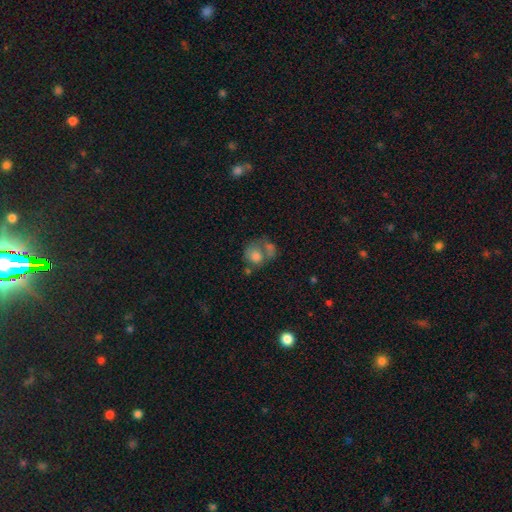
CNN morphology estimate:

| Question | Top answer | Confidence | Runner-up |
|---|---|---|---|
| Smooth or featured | smooth | 67% | featured or disk (22%) |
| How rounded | round | 69% | in between (30%) |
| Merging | merger | 45% | none (27%) |